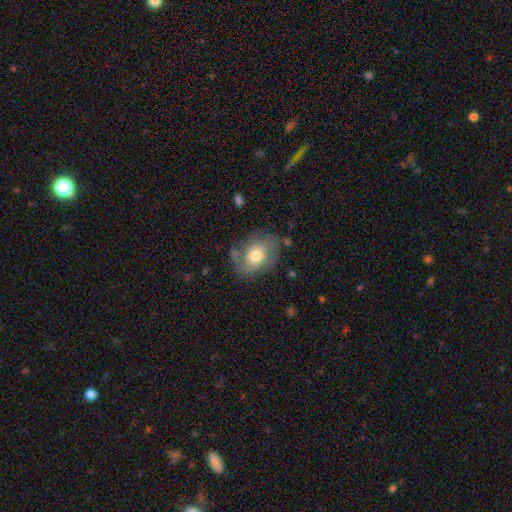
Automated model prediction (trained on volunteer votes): Overall: smooth (50%; featured or disk 42%). How rounded: in between (58%; round 41%). Merging: none (68%).